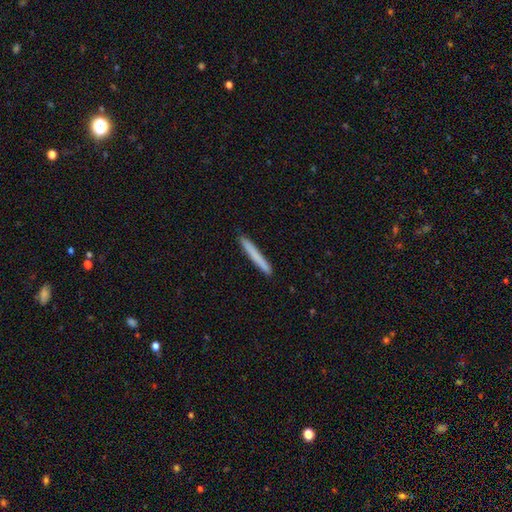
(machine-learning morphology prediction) A smooth galaxy with no disk features (75%) that is cigar-shaped (97%).

Vote fractions:
- Smooth or featured? smooth: 75% / featured or disk: 19% / star or artifact: 6%
- How rounded? cigar-shaped: 97% / in between: 2% / round: 1%
- Merging? none: 92% / minor disturbance: 5% / major disturbance: 1% / merger: 1%